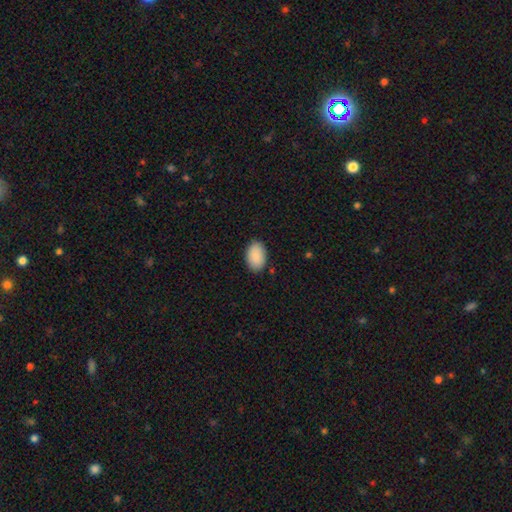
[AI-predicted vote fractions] Smooth or featured? smooth (91%)
How rounded? in between (91%)
Merging? none (87%)